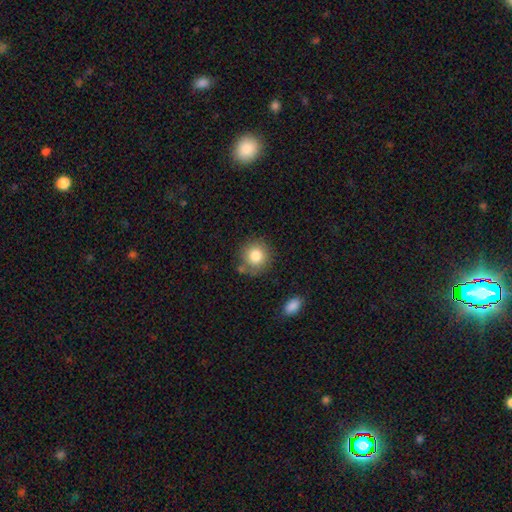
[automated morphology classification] Q: Smooth or featured?
A: smooth (82%); runner-up: star or artifact (9%)
Q: How rounded?
A: round (91%); runner-up: in between (8%)
Q: Merging?
A: none (77%); runner-up: minor disturbance (13%)